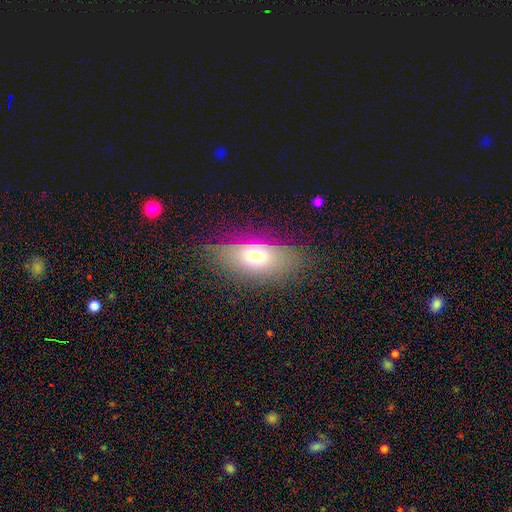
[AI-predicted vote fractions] This appears to be a smooth galaxy with no disk features (61%) that is in between round and cigar-shaped (81%). Merging: none (74%).